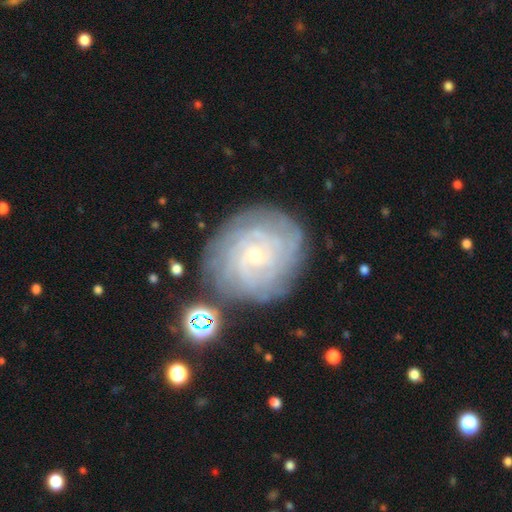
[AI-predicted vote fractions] Smooth or featured? Predicted: featured or disk (p=0.80). Edge-on disk? Predicted: no (p=0.97). Bar? Predicted: no (p=0.72). Spiral arms? Predicted: yes (p=0.94). Spiral winding? Predicted: tight (p=0.79). Spiral arm count? Predicted: can't tell (p=0.39). Bulge size? Predicted: small (p=0.79). Merging? Predicted: none (p=0.77).